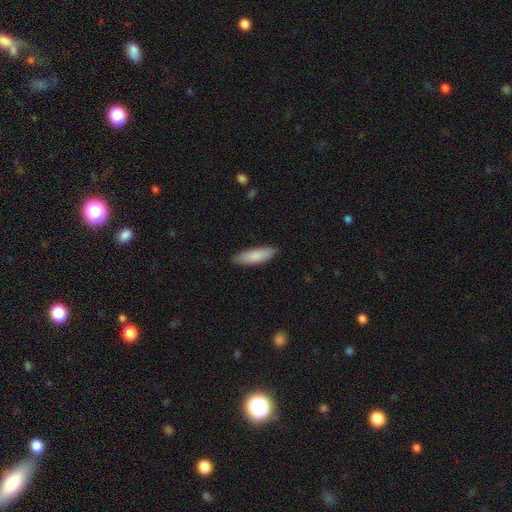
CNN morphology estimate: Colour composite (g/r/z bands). It shows a smooth galaxy with no disk features (85%) that is cigar-shaped (55%). Merging: none (86%).